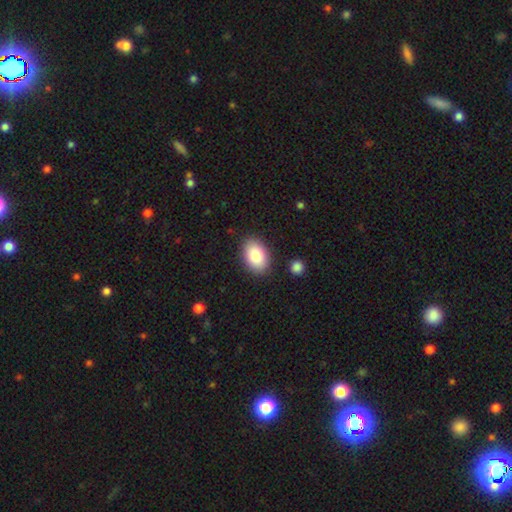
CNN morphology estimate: smooth 83%, featured or disk 10%, star or artifact 7%. Down the decision tree: how rounded — in between (88%); merging — none (87%).